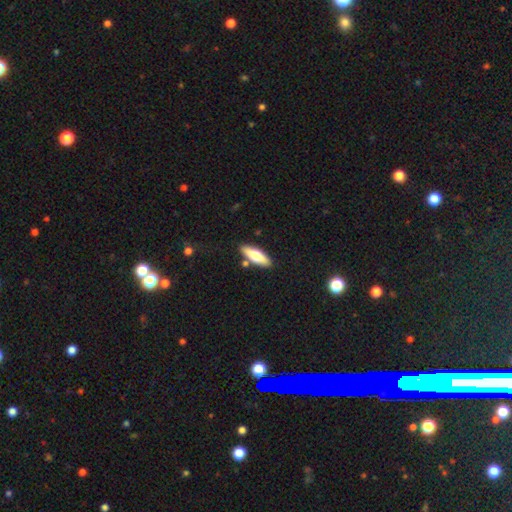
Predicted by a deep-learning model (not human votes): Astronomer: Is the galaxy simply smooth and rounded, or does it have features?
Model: smooth — 68%.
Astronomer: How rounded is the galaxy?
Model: in between — 51% (runner-up: cigar-shaped, 47%).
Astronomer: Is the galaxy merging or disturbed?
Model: none — 82%.